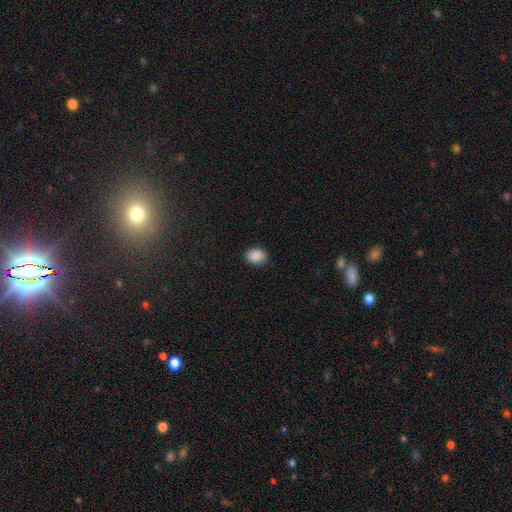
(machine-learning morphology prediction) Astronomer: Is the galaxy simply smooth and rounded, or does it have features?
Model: smooth — 89%.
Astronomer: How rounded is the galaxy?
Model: in between — 51% (runner-up: round, 48%).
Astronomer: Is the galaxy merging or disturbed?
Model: none — 88%.